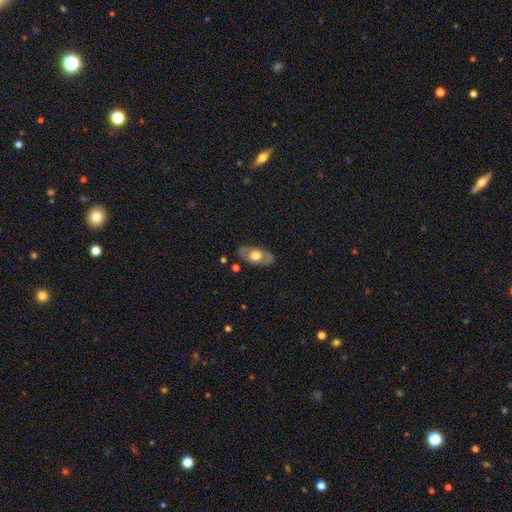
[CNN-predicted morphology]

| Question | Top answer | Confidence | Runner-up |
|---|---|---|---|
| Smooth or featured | featured or disk | 51% | smooth (43%) |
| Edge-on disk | no | 80% | yes (20%) |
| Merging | none | 81% | minor disturbance (14%) |